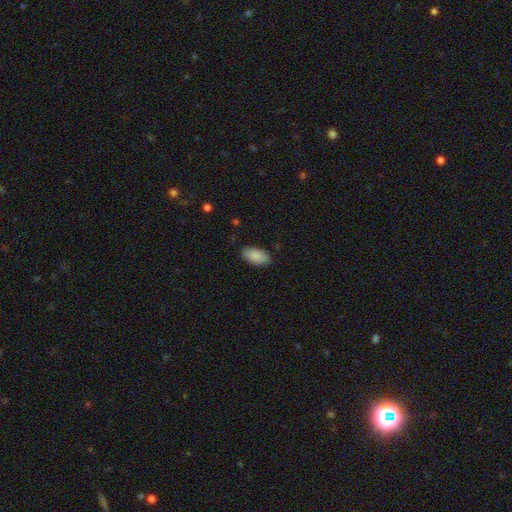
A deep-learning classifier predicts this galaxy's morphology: A smooth galaxy with no disk features (88%) that is in between round and cigar-shaped (94%).

Vote fractions:
- Smooth or featured? smooth: 88% / star or artifact: 6% / featured or disk: 5%
- How rounded? in between: 94% / cigar-shaped: 3% / round: 2%
- Merging? none: 85% / minor disturbance: 11% / major disturbance: 2% / merger: 1%